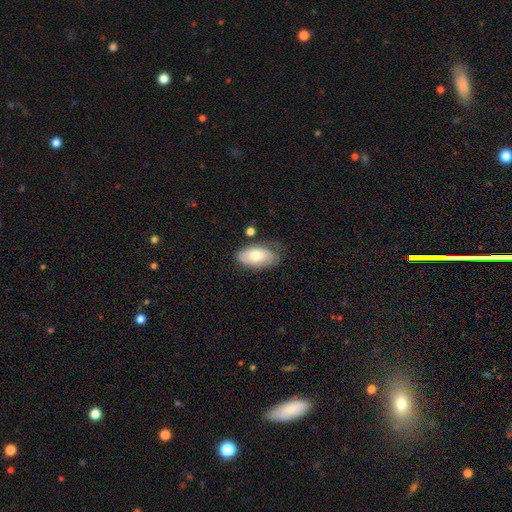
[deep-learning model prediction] Smooth or featured? Predicted: smooth (p=0.67). How rounded? Predicted: in between (p=0.93). Merging? Predicted: none (p=0.62).